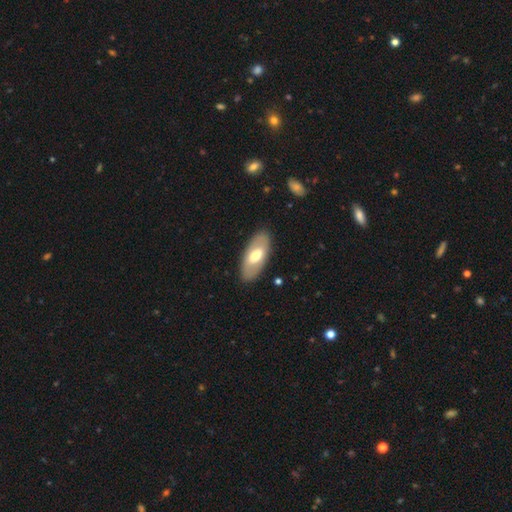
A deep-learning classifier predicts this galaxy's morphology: Overall: smooth (55%; featured or disk 40%). How rounded: in between (90%). Merging: none (87%).